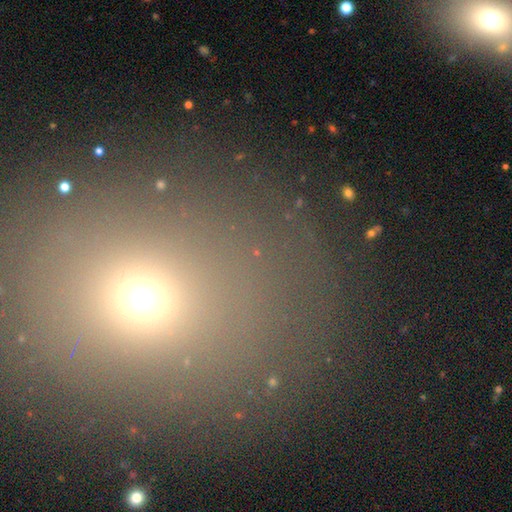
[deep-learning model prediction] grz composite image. It shows a smooth galaxy with no disk features (59%) that is round (58%). Merging: none (81%).